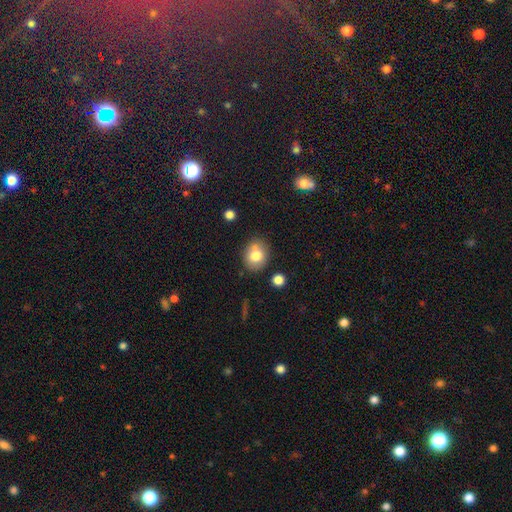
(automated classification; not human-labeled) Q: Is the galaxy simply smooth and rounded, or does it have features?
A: smooth — 76%.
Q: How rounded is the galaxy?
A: round — 61%.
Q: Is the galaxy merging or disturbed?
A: none — 67%.